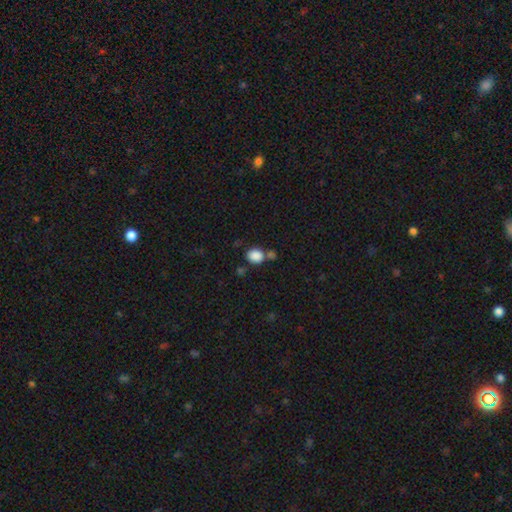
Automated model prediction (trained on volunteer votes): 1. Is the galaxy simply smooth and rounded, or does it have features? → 87% smooth, 9% star or artifact, 4% featured or disk.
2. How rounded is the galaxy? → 58% round, 41% in between, 1% cigar-shaped.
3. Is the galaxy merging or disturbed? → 62% none, 22% merger, 12% minor disturbance, 4% major disturbance.